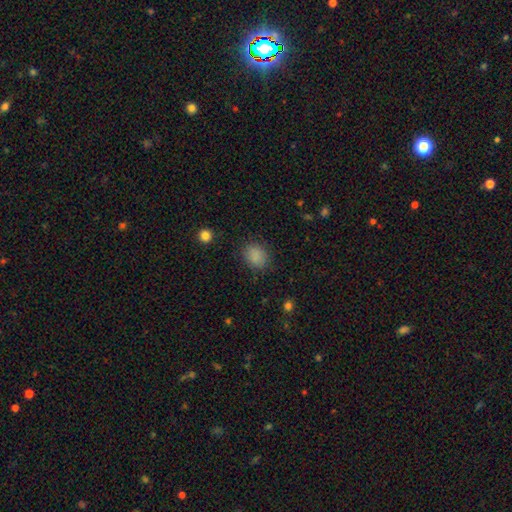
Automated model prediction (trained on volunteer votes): A smooth galaxy with no disk features (85%) that is round (52%).

Vote fractions:
- Smooth or featured? smooth: 85% / star or artifact: 11% / featured or disk: 4%
- How rounded? round: 52% / in between: 47% / cigar-shaped: 1%
- Merging? none: 84% / minor disturbance: 11% / major disturbance: 4% / merger: 1%